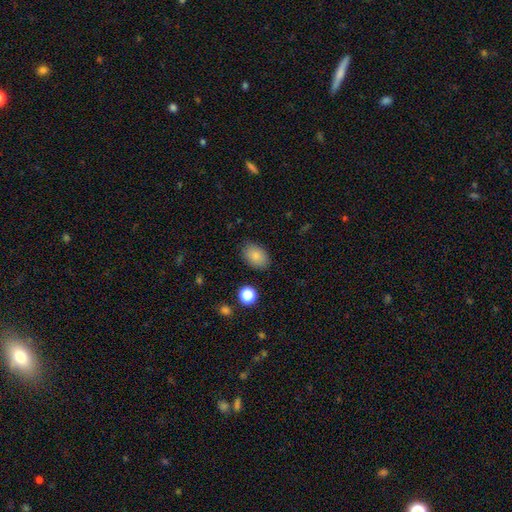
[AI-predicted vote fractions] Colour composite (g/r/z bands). It shows a smooth galaxy with no disk features (85%) that is in between round and cigar-shaped (86%). Merging: none (85%).